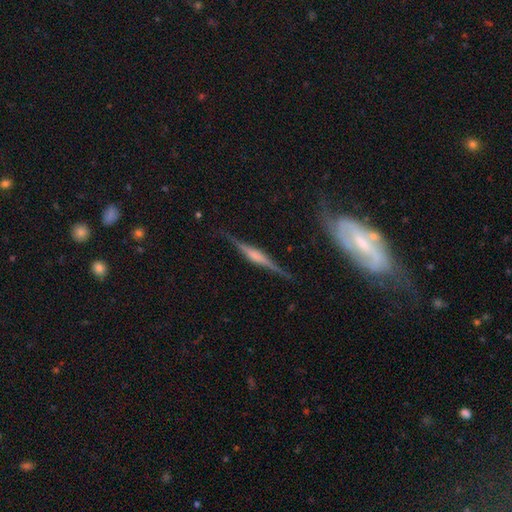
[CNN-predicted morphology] Smooth or featured?
  - featured or disk: 81% *
  - smooth: 13%
  - star or artifact: 6%
Edge-on disk?
  - yes: 98% *
  - no: 2%
Edge-on bulge?
  - rounded: 55% *
  - boxy: 34%
  - none: 11%
Merging?
  - none: 86% *
  - minor disturbance: 10%
  - major disturbance: 3%
  - merger: 2%